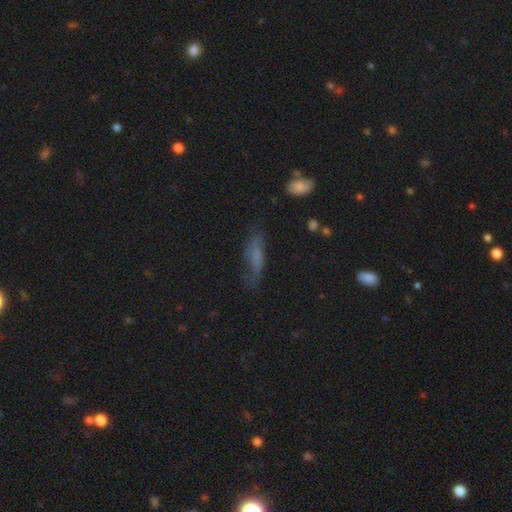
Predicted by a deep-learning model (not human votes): A smooth galaxy with no disk features (55%) that is cigar-shaped (57%). Merging: none (58%).